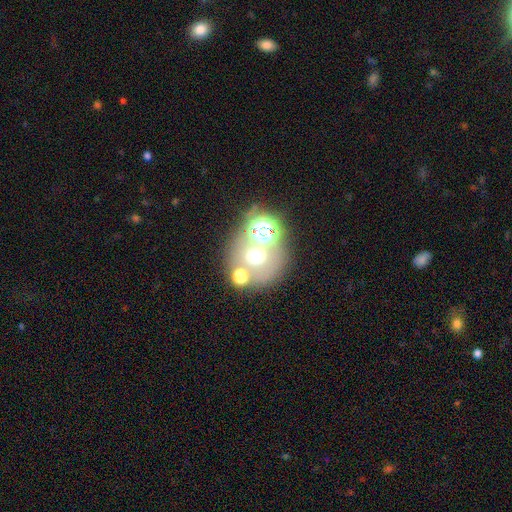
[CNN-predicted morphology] smooth-or-featured: smooth: 46% | star or artifact: 34% | featured or disk: 21%
  merging: none: 56% | merger: 28% | minor disturbance: 9% | major disturbance: 6%